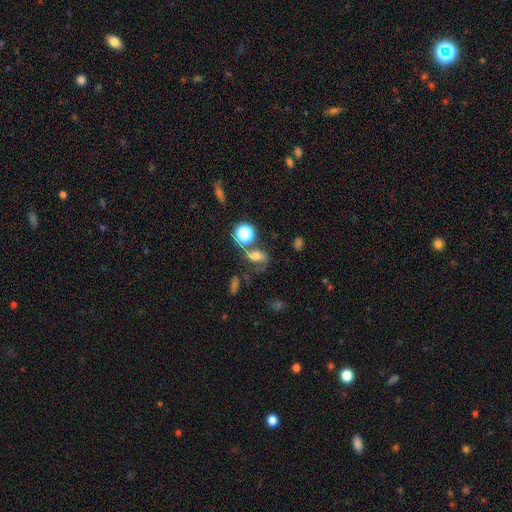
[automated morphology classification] This appears to be a smooth galaxy with no disk features (45%). Merging: none (52%).